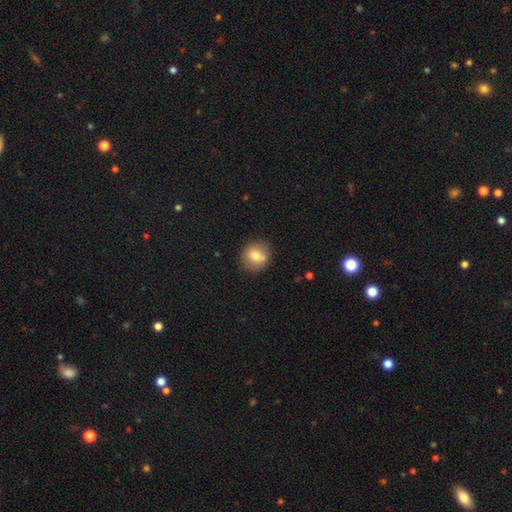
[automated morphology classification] This appears to be a smooth galaxy with no disk features (72%) that is round (82%). Merging: none (73%).